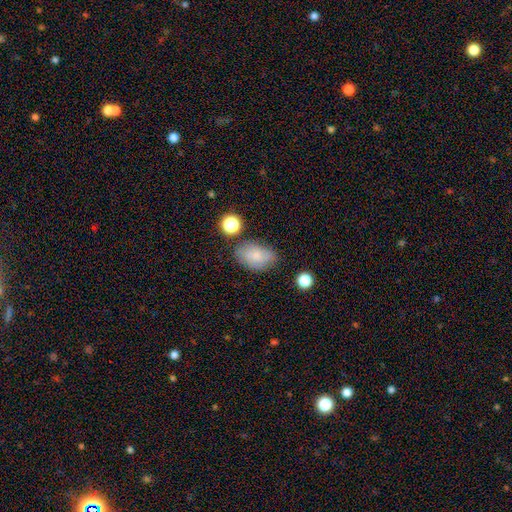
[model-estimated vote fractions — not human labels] This appears to be a smooth galaxy with no disk features (74%) that is in between round and cigar-shaped (87%). Merging: none (67%).